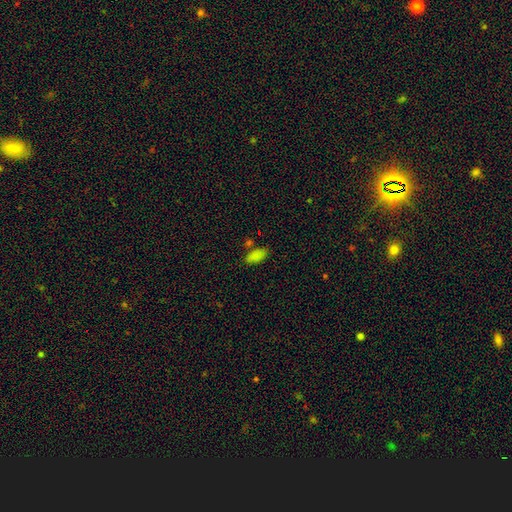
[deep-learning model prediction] The model was most divided on "merging": none: 70%, minor disturbance: 16%, merger: 10%, major disturbance: 4%. More confident: how rounded — in between (89%); smooth or featured — smooth (83%).